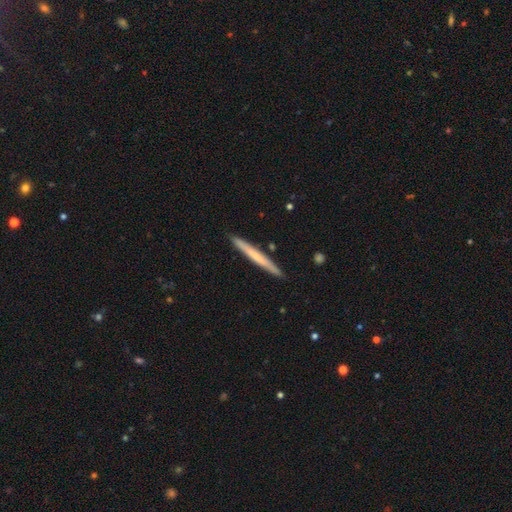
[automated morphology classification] Q: Smooth or featured?
A: smooth (55%); runner-up: featured or disk (40%)
Q: How rounded?
A: cigar-shaped (97%); runner-up: in between (2%)
Q: Merging?
A: none (91%); runner-up: minor disturbance (7%)